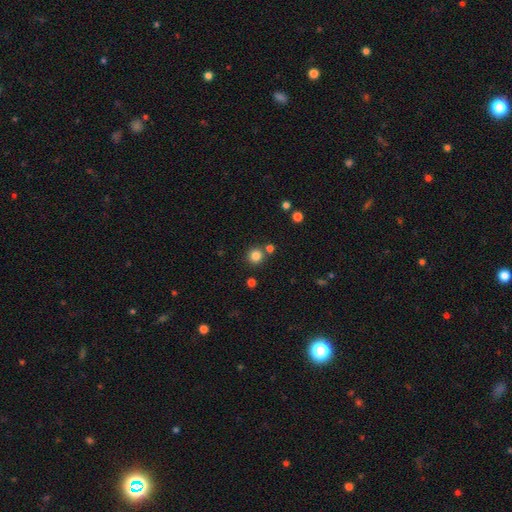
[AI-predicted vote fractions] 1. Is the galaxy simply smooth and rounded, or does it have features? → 82% smooth, 13% star or artifact, 5% featured or disk.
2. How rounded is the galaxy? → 93% round, 6% in between, 1% cigar-shaped.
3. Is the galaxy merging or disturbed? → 79% none, 11% merger, 7% minor disturbance, 2% major disturbance.